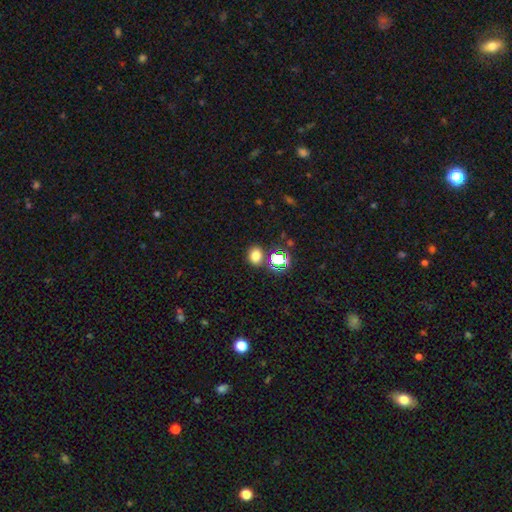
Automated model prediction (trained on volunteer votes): Smooth or featured? smooth (74%)
How rounded? round (58%)
Merging? none (78%)